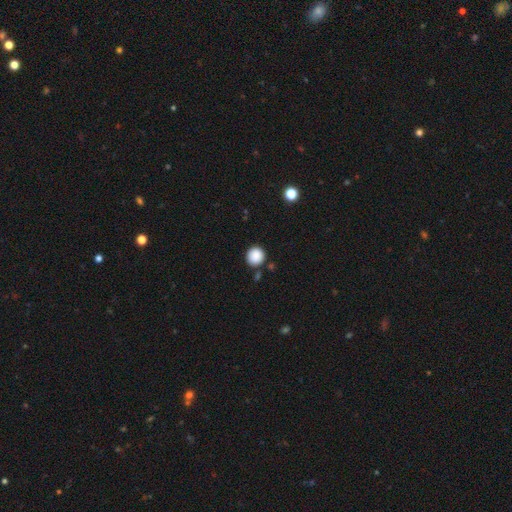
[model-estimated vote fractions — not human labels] Smooth or featured?
  - smooth: 88% *
  - star or artifact: 9%
  - featured or disk: 3%
How rounded?
  - round: 91% *
  - in between: 8%
  - cigar-shaped: 1%
Merging?
  - none: 85% *
  - minor disturbance: 9%
  - merger: 4%
  - major disturbance: 3%